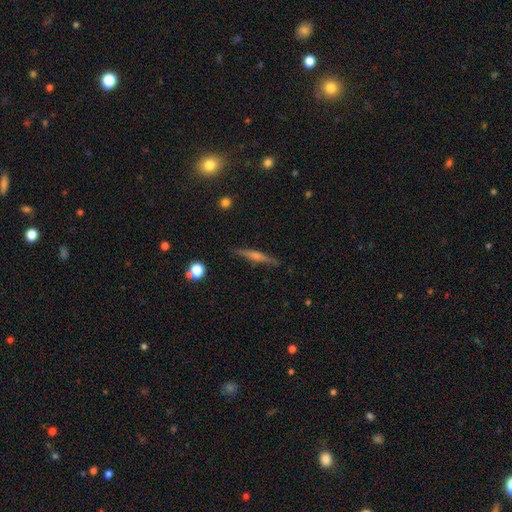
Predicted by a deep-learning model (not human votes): smooth_or_featured: featured or disk (p=0.69) [alt: smooth p=0.23]
disk_edge_on: yes (p=0.97) [alt: no p=0.03]
edge_on_bulge: rounded (p=0.74) [alt: none p=0.13]
merging: none (p=0.89) [alt: minor disturbance p=0.08]